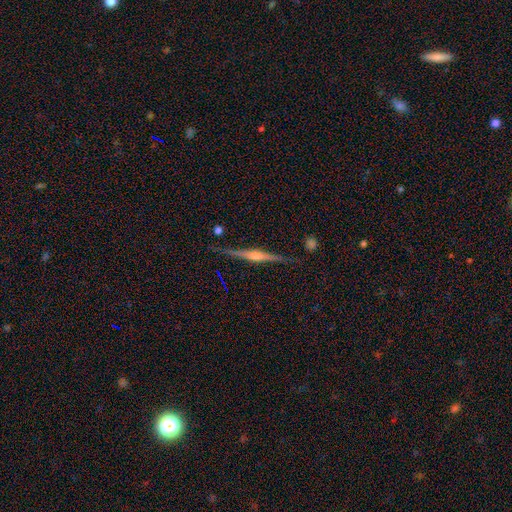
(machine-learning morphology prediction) The model was most divided on "smooth or featured": featured or disk: 83%, smooth: 10%, star or artifact: 7%. More confident: edge-on disk — yes (98%); merging — none (88%); edge-on bulge — rounded (84%).